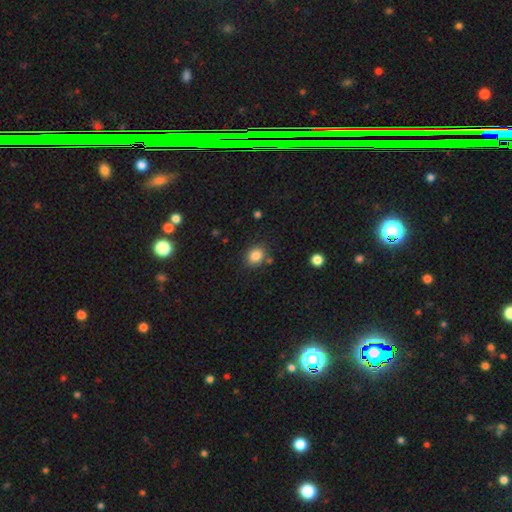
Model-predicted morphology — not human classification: A smooth galaxy with no disk features (84%) that is round (65%).

Vote fractions:
- Smooth or featured? smooth: 84% / star or artifact: 10% / featured or disk: 5%
- How rounded? round: 65% / in between: 34% / cigar-shaped: 1%
- Merging? none: 81% / minor disturbance: 10% / merger: 5% / major disturbance: 3%